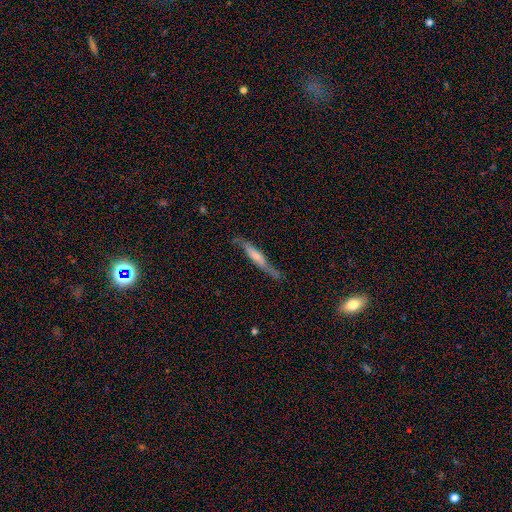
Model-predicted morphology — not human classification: A featured or disk galaxy (57%) viewed edge-on (84%).

Vote fractions:
- Smooth or featured? featured or disk: 57% / smooth: 36% / star or artifact: 7%
- Edge-on disk? yes: 84% / no: 16%
- Merging? none: 71% / minor disturbance: 21% / major disturbance: 6% / merger: 2%